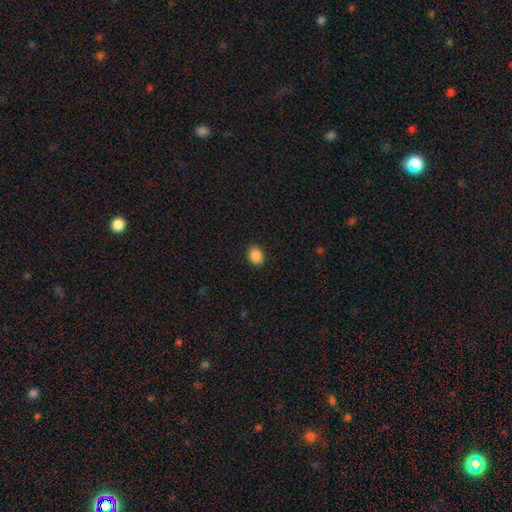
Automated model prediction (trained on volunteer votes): Q: Smooth or featured?
A: smooth (88%); runner-up: star or artifact (9%)
Q: How rounded?
A: in between (54%); runner-up: round (45%)
Q: Merging?
A: none (90%); runner-up: minor disturbance (7%)